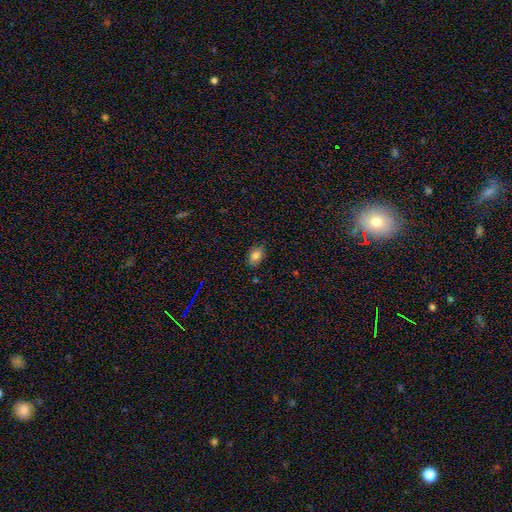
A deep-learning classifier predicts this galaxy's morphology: Q: Smooth or featured?
A: smooth (82%); runner-up: star or artifact (10%)
Q: How rounded?
A: in between (76%); runner-up: round (23%)
Q: Merging?
A: none (82%); runner-up: minor disturbance (14%)